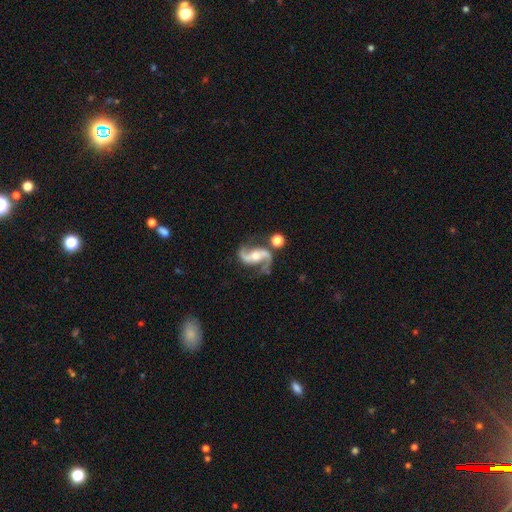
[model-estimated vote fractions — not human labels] smooth_or_featured: featured or disk (p=0.91) [alt: star or artifact p=0.05]
disk_edge_on: no (p=0.97) [alt: yes p=0.03]
bar: no (p=0.37) [alt: weak p=0.34]
has_spiral_arms: yes (p=0.98) [alt: no p=0.02]
spiral_winding: loose (p=0.53) [alt: medium p=0.39]
spiral_arm_count: 2 (p=0.94) [alt: 1 p=0.02]
bulge_size: moderate (p=0.58) [alt: small p=0.31]
merging: none (p=0.67) [alt: minor disturbance p=0.16]